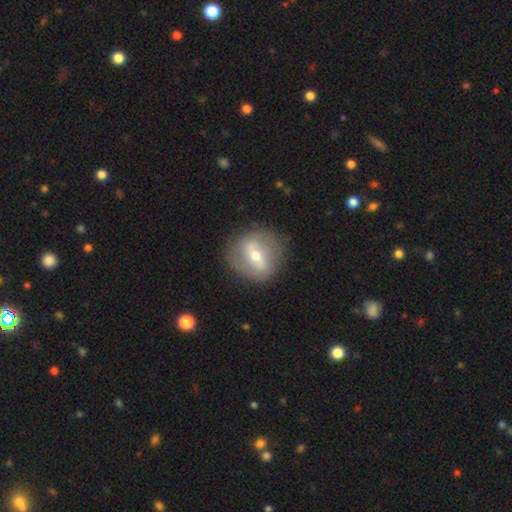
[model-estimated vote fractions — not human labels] This appears to be a featured or disk galaxy (63%) with a strong bar (44%), spiral arms (51%) and a moderate central bulge (58%). Merging: none (82%).